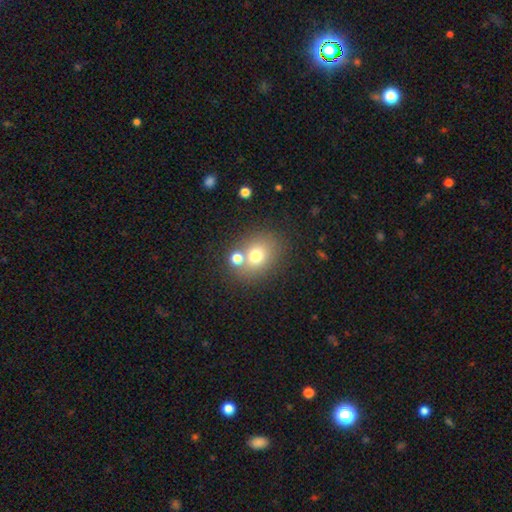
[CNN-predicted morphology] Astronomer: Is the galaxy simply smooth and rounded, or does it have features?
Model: smooth — 71%.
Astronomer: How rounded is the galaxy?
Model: round — 57% (runner-up: in between, 42%).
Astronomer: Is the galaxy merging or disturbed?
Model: none — 60%.